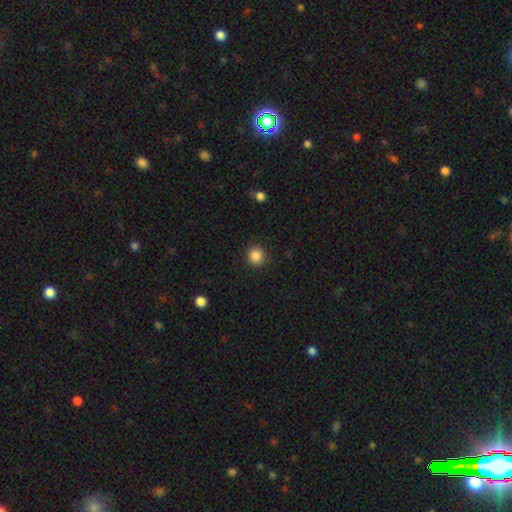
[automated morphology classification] This appears to be a smooth galaxy with no disk features (87%) that is round (91%). Merging: none (91%).